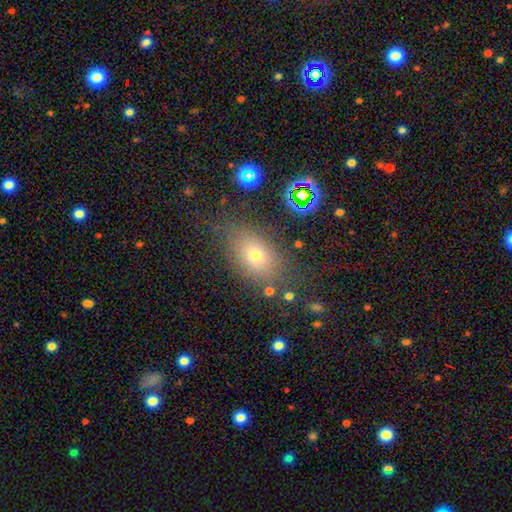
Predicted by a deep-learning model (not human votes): Overall: smooth (66%). How rounded: in between (74%). Merging: none (69%).